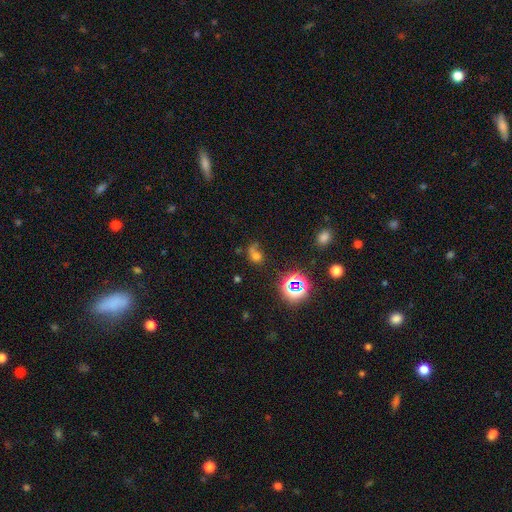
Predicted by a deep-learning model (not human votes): Smooth or featured: smooth — 56% (star or artifact — 31%)
How rounded: round — 71% (in between — 28%)
Merging: none — 46% (merger — 31%)